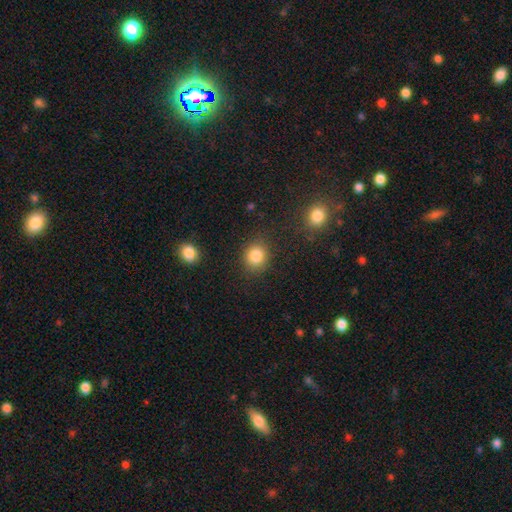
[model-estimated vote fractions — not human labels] The model was most divided on "how rounded": round: 76%, in between: 23%, cigar-shaped: 1%. More confident: merging — none (85%); smooth or featured — smooth (84%).